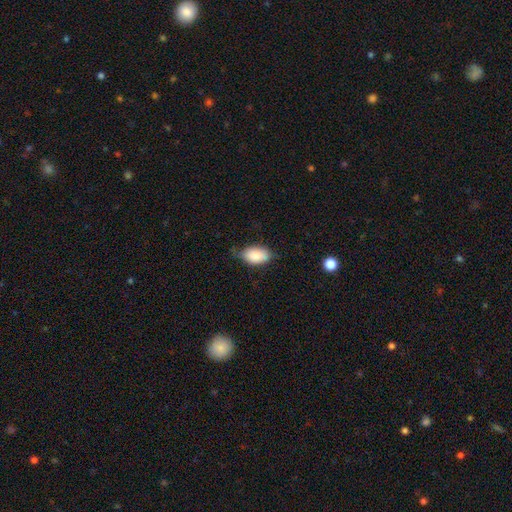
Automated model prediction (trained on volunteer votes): The model was most divided on "merging": none: 64%, minor disturbance: 29%, major disturbance: 6%, merger: 2%. More confident: how rounded — in between (93%); smooth or featured — smooth (86%).